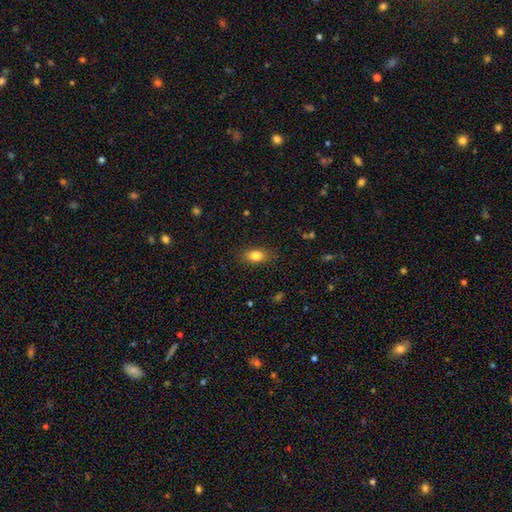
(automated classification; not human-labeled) A smooth galaxy with no disk features (83%) that is in between round and cigar-shaped (85%).

Vote fractions:
- Smooth or featured? smooth: 83% / star or artifact: 9% / featured or disk: 9%
- How rounded? in between: 85% / round: 10% / cigar-shaped: 5%
- Merging? none: 85% / minor disturbance: 11% / major disturbance: 3% / merger: 1%